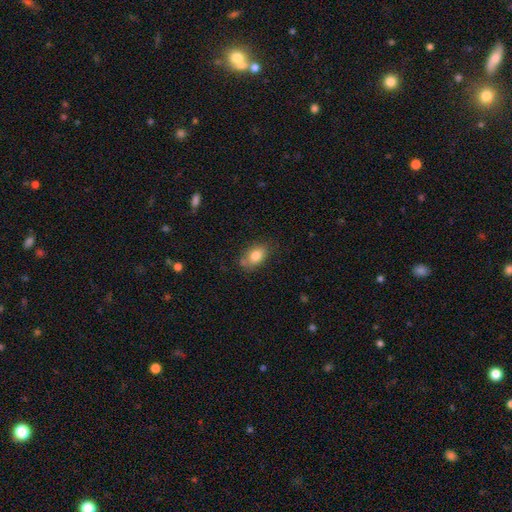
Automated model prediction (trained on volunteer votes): The model was most divided on "merging": none: 68%, minor disturbance: 21%, merger: 6%, major disturbance: 5%. More confident: how rounded — in between (83%); smooth or featured — smooth (81%).